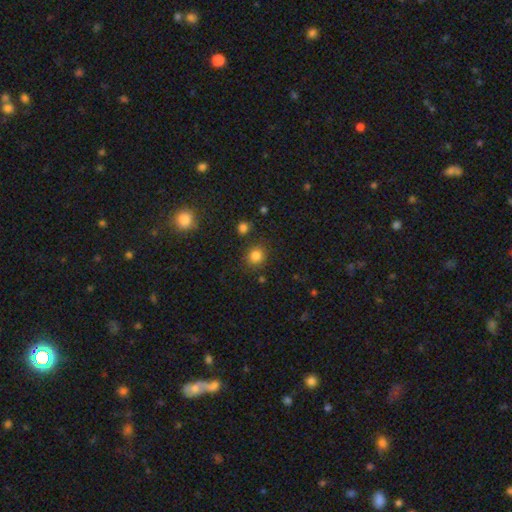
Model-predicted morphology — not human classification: Q: Smooth or featured?
A: smooth (82%); runner-up: star or artifact (13%)
Q: How rounded?
A: round (83%); runner-up: in between (16%)
Q: Merging?
A: none (83%); runner-up: minor disturbance (10%)